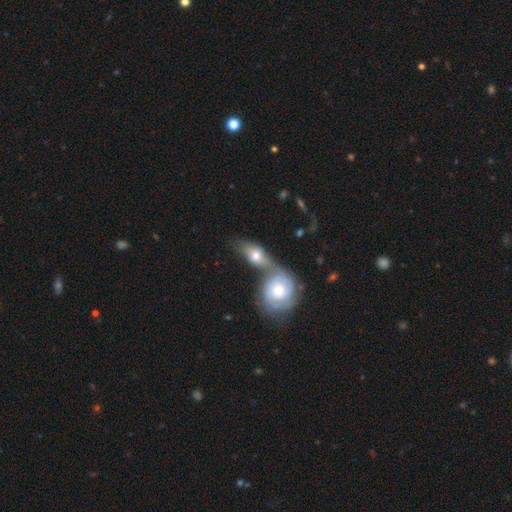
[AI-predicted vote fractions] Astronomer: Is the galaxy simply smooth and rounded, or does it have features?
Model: smooth — 51% (runner-up: featured or disk, 42%).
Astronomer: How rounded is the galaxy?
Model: in between — 75%.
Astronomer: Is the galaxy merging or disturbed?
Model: merger — 65%.